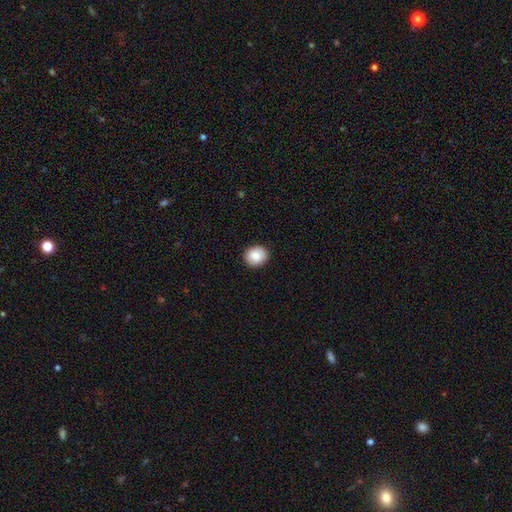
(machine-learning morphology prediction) Overall: smooth (87%). How rounded: round (76%). Merging: none (91%).